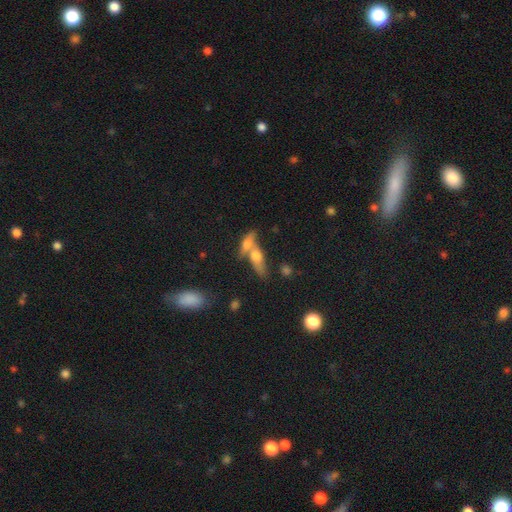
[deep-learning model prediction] Overall: smooth (59%; featured or disk 32%). How rounded: in between (57%; cigar-shaped 36%). Merging: merger (55%; none 31%).